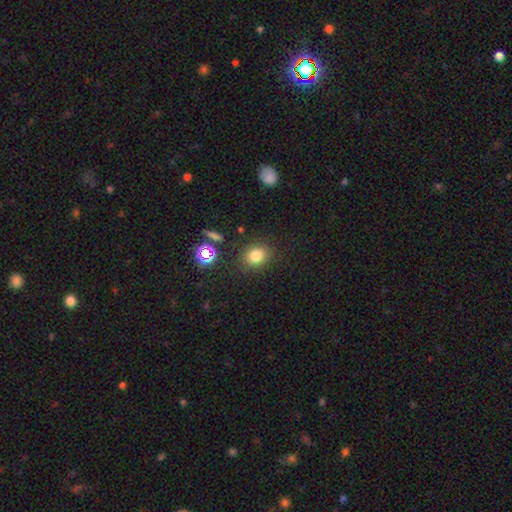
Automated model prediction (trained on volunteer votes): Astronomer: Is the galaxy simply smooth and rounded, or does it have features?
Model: smooth — 77%.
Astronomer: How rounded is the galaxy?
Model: round — 58% (runner-up: in between, 41%).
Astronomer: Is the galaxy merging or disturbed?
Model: none — 83%.